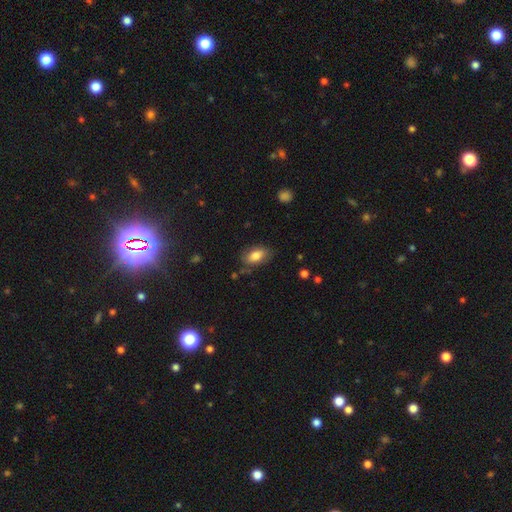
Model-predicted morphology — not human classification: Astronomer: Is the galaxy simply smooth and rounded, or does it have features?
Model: smooth — 80%.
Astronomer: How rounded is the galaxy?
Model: in between — 90%.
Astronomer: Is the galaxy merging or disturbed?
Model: none — 75%.